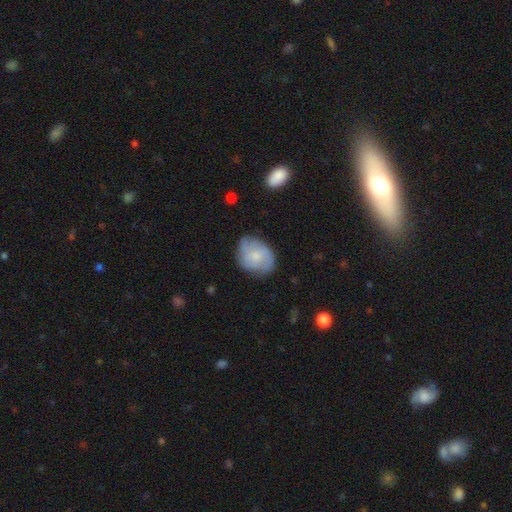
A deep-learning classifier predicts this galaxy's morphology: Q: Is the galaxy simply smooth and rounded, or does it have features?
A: smooth — 54%.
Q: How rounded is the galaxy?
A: in between — 60%.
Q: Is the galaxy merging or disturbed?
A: none — 65%.